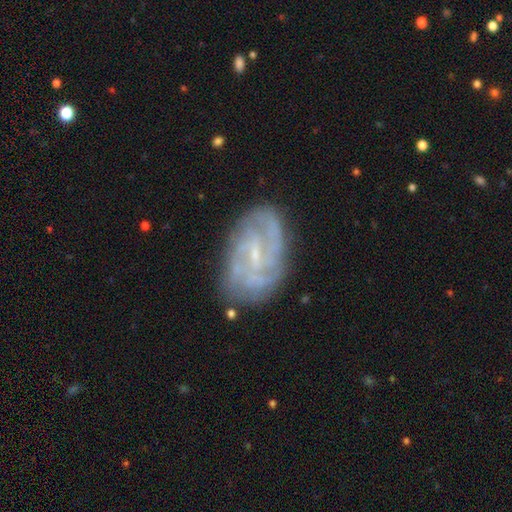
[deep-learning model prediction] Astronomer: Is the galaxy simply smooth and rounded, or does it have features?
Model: featured or disk — 81%.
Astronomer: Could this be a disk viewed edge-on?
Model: no — 97%.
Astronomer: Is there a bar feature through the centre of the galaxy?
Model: weak — 56%.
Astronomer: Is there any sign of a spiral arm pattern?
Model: yes — 90%.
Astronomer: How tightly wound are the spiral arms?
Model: tight — 43% (runner-up: medium, 41%).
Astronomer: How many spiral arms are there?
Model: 2 — 32%, tied with can't tell at 32%.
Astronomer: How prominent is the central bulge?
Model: small — 70%.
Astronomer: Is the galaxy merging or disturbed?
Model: none — 74%.